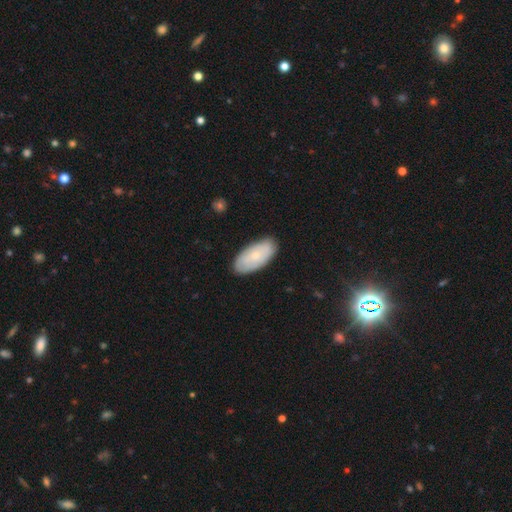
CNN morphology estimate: Smooth or featured? smooth (54%)
How rounded? in between (93%)
Merging? none (84%)